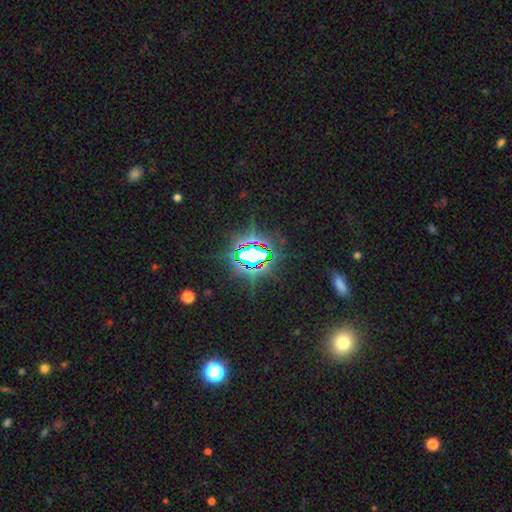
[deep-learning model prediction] smooth-or-featured: star or artifact: 80% | smooth: 11% | featured or disk: 8%